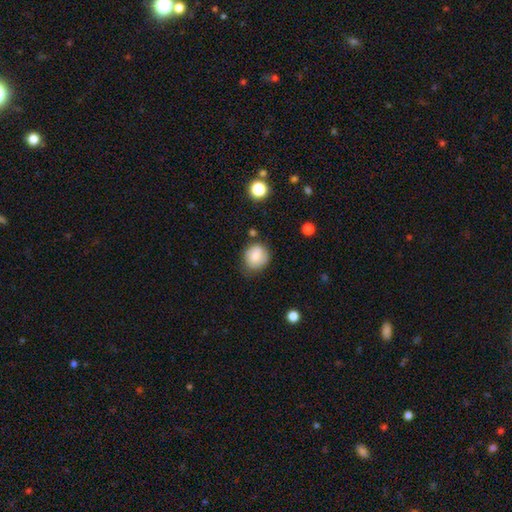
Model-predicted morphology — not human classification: Smooth or featured? Predicted: smooth (p=0.80). How rounded? Predicted: round (p=0.75). Merging? Predicted: none (p=0.66).